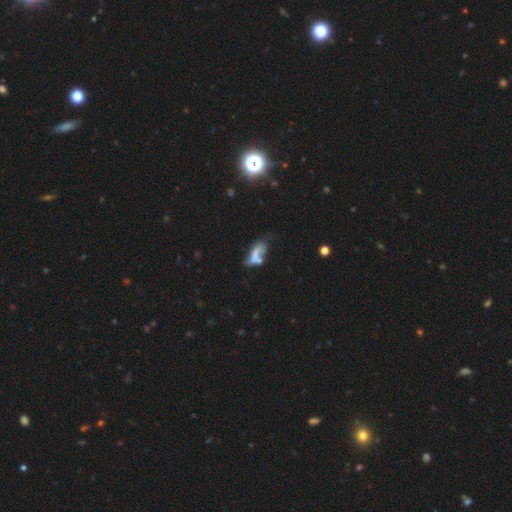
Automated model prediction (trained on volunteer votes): smooth_or_featured: smooth (p=0.53) [alt: featured or disk p=0.34]
how_rounded: in between (p=0.71) [alt: cigar-shaped p=0.24]
merging: merger (p=0.28) [alt: major disturbance p=0.25]